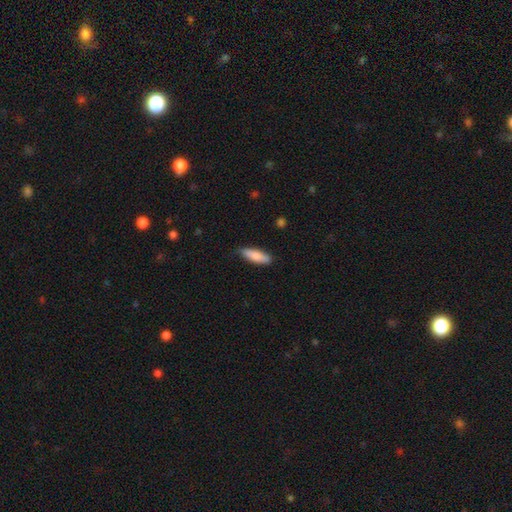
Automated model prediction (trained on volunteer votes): Smooth or featured?
  - smooth: 82% *
  - featured or disk: 13%
  - star or artifact: 6%
How rounded?
  - in between: 54% *
  - cigar-shaped: 44%
  - round: 2%
Merging?
  - none: 81% *
  - minor disturbance: 16%
  - major disturbance: 2%
  - merger: 1%